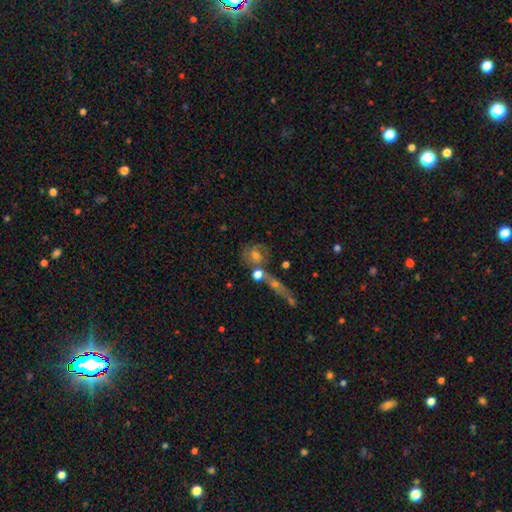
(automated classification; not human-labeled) smooth_or_featured: featured or disk (p=0.50) [alt: smooth p=0.37]
disk_edge_on: no (p=0.84) [alt: yes p=0.16]
merging: none (p=0.46) [alt: merger p=0.30]